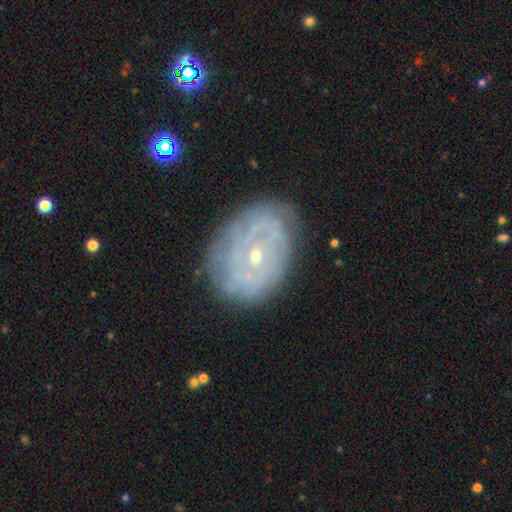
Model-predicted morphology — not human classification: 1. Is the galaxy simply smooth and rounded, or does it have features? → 74% featured or disk, 19% smooth, 8% star or artifact.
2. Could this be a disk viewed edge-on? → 96% no, 4% yes.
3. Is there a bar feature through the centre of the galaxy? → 70% no, 24% weak, 6% strong.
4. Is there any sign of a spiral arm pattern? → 75% yes, 25% no.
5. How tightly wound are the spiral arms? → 72% tight, 20% medium, 8% loose.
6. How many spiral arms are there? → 57% can't tell, 16% 2, 9% 3, 8% 4, 6% more than 4, 5% 1.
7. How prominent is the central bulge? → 70% small, 27% moderate, 1% none, 1% large, 1% dominant.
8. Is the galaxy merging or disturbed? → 74% none, 18% minor disturbance, 6% major disturbance, 2% merger.